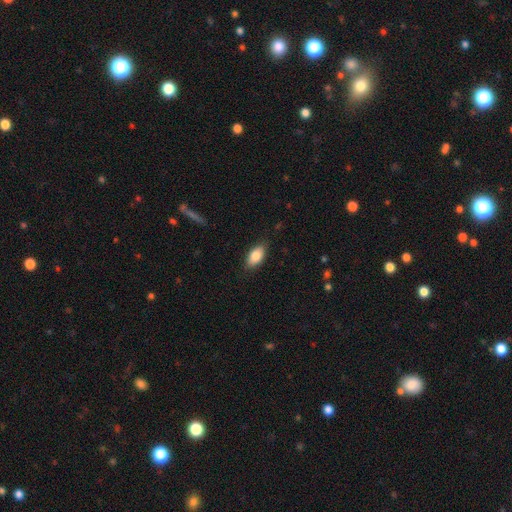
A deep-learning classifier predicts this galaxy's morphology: smooth-or-featured: smooth: 83% | featured or disk: 10% | star or artifact: 7%
  how-rounded: in between: 91% | cigar-shaped: 5% | round: 4%
  merging: none: 85% | minor disturbance: 12% | major disturbance: 2% | merger: 1%